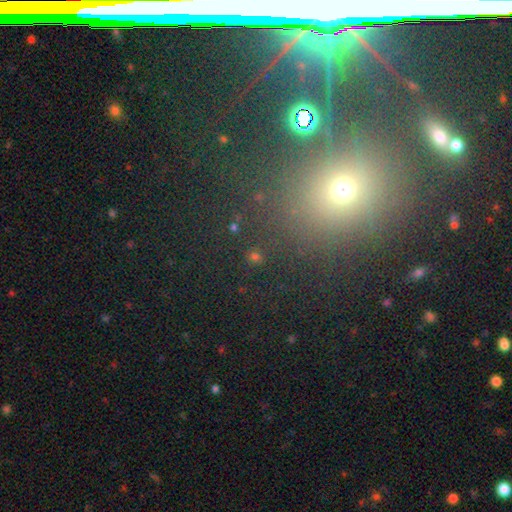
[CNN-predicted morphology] smooth 49%, star or artifact 42%, featured or disk 9%. Down the decision tree: merging — none (82%).